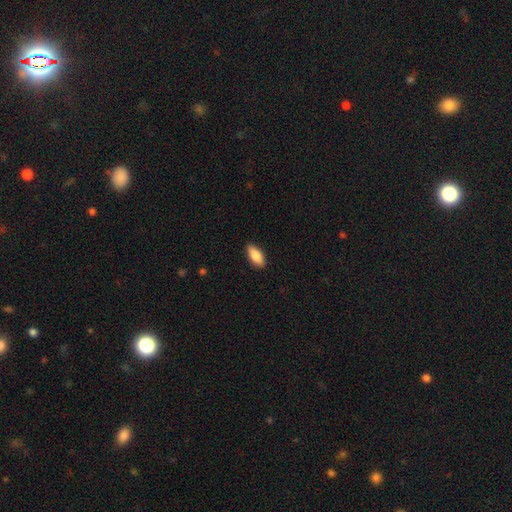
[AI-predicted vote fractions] Smooth or featured? Predicted: smooth (p=0.84). How rounded? Predicted: in between (p=0.82). Merging? Predicted: none (p=0.89).